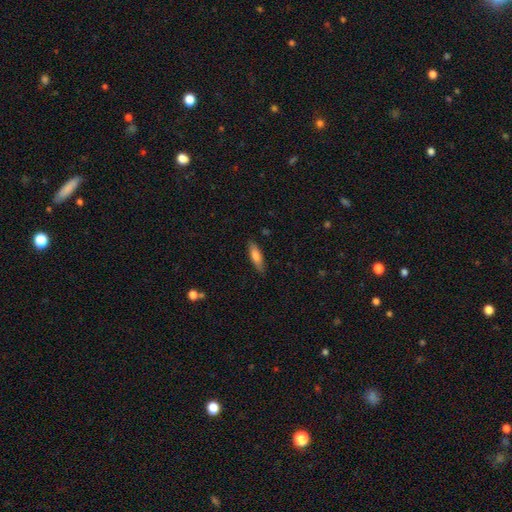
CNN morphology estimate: Q: Smooth or featured?
A: smooth (74%); runner-up: featured or disk (19%)
Q: How rounded?
A: cigar-shaped (54%); runner-up: in between (45%)
Q: Merging?
A: none (85%); runner-up: minor disturbance (12%)